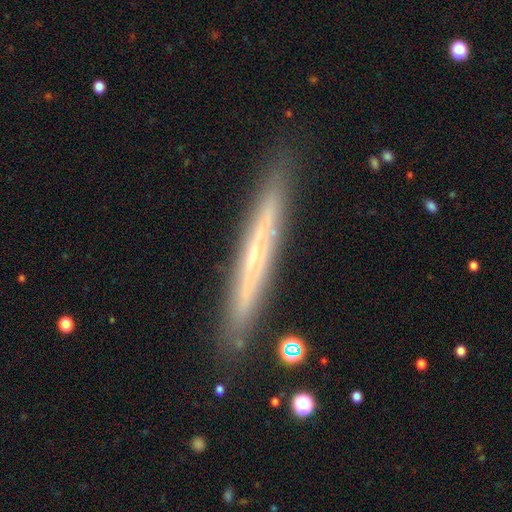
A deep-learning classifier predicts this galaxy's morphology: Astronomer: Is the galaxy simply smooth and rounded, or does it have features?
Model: featured or disk — 65%.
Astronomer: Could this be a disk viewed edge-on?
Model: yes — 91%.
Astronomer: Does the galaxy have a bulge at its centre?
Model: none — 58% (runner-up: rounded, 39%).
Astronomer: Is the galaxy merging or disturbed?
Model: none — 88%.